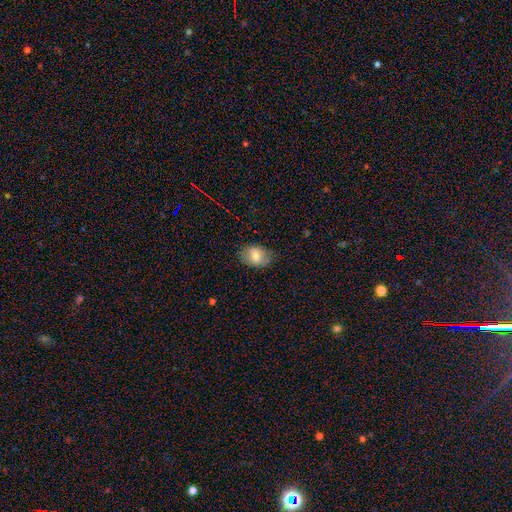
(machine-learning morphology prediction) Overall: smooth (74%). How rounded: in between (76%). Merging: none (76%).